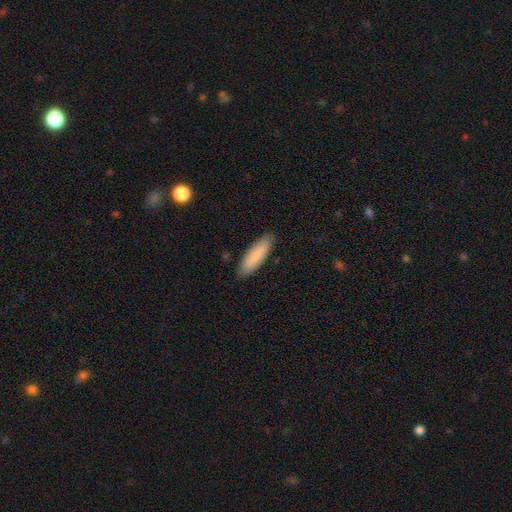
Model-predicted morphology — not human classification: A smooth galaxy with no disk features (82%) that is cigar-shaped (59%).

Vote fractions:
- Smooth or featured? smooth: 82% / featured or disk: 12% / star or artifact: 6%
- How rounded? cigar-shaped: 59% / in between: 40% / round: 1%
- Merging? none: 88% / minor disturbance: 9% / major disturbance: 2% / merger: 1%